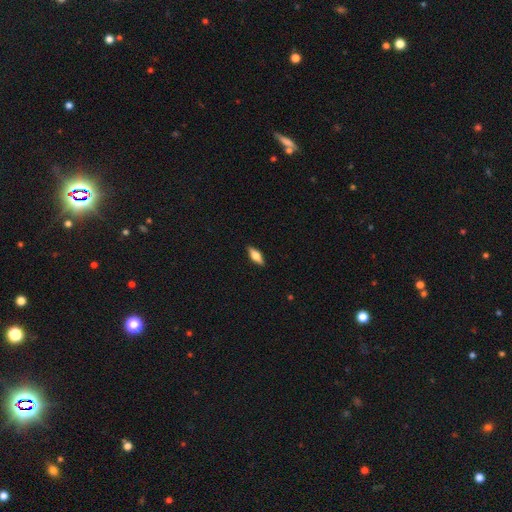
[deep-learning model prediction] Overall: smooth (59%; featured or disk 35%). How rounded: in between (65%; cigar-shaped 32%). Merging: none (89%).